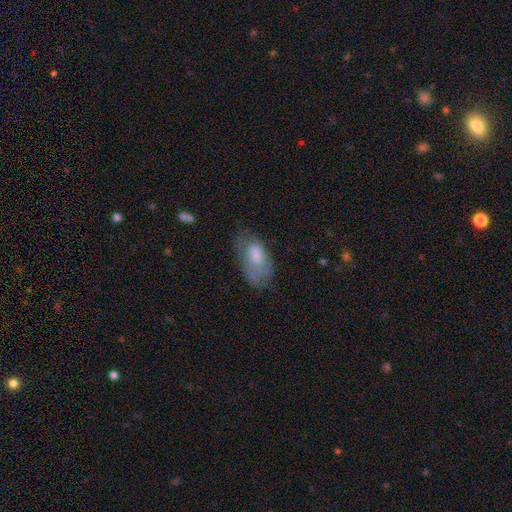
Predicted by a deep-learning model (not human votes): Smooth or featured? smooth (64%)
How rounded? in between (92%)
Merging? none (50%)